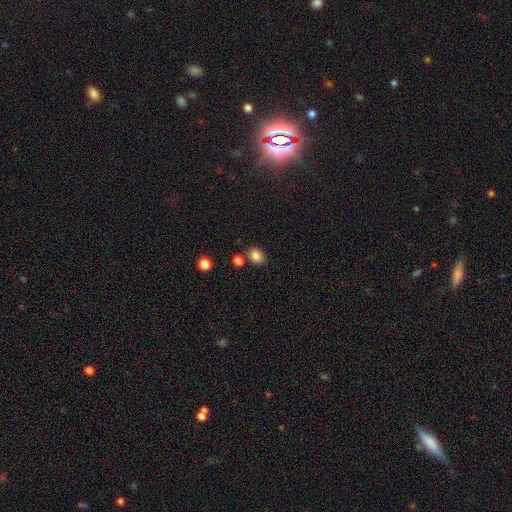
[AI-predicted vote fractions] This is clearly a smooth galaxy (84%). How rounded: likely in between (65%). Merging: likely none (79%).